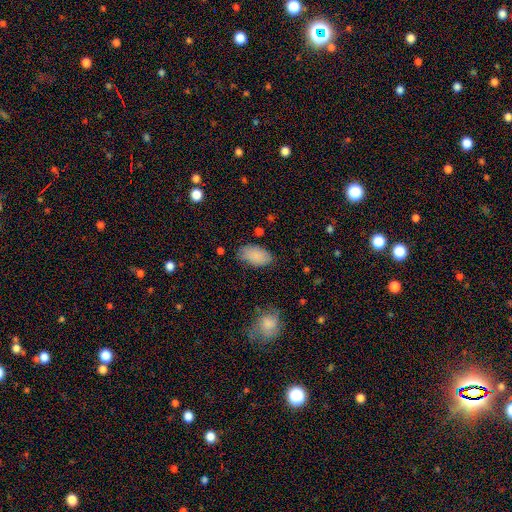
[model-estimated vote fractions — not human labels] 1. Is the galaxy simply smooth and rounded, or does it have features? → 87% smooth, 7% star or artifact, 6% featured or disk.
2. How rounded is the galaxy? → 94% in between, 4% round, 2% cigar-shaped.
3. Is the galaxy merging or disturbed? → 76% none, 17% minor disturbance, 4% major disturbance, 2% merger.